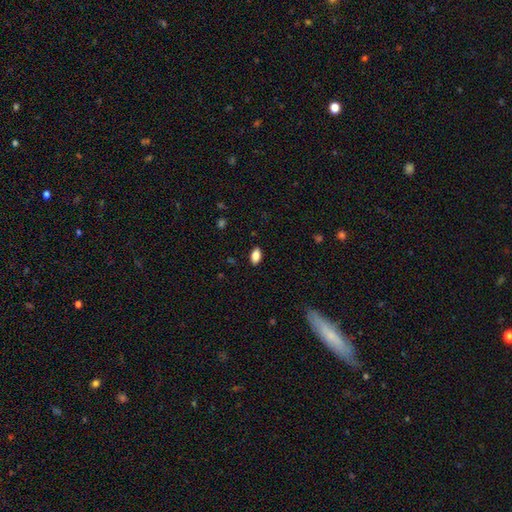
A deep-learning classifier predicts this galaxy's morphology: type=smooth (87%); roundness=in between (92%); merging=none (89%).